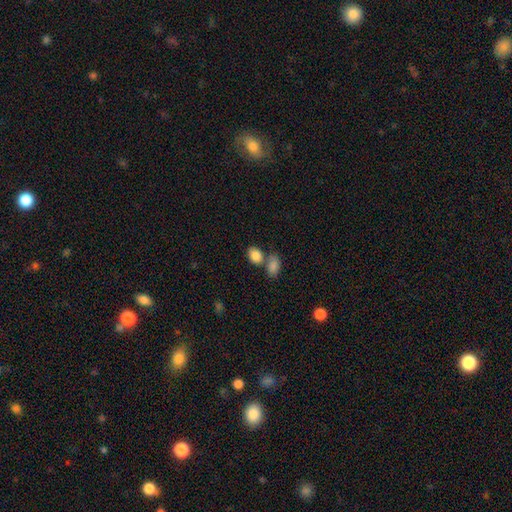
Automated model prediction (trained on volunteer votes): The model was most divided on "merging": none: 49%, merger: 37%, minor disturbance: 10%, major disturbance: 4%. More confident: smooth or featured — smooth (86%); how rounded — in between (76%).